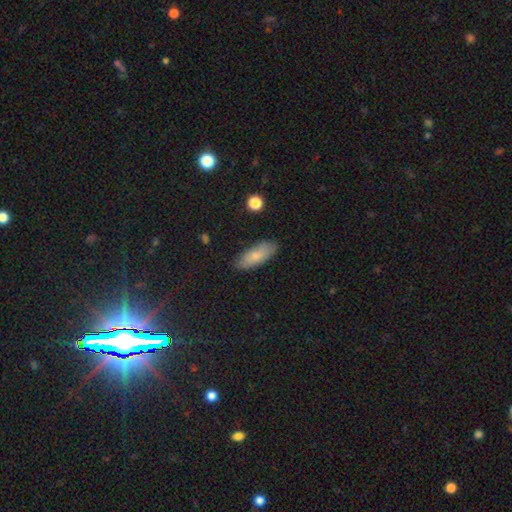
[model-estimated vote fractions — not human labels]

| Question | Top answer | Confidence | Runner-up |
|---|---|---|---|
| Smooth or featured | smooth | 81% | featured or disk (12%) |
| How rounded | in between | 72% | cigar-shaped (26%) |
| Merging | none | 85% | minor disturbance (11%) |